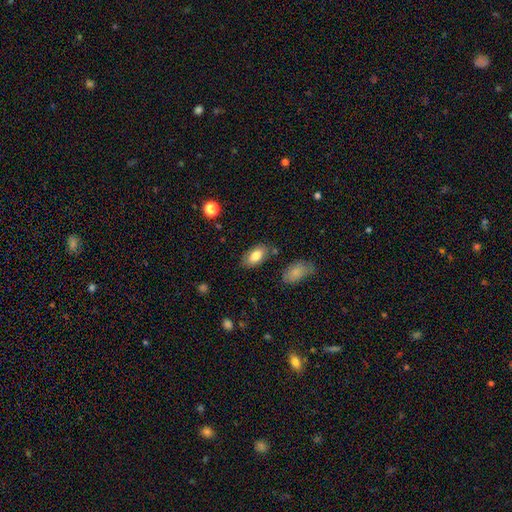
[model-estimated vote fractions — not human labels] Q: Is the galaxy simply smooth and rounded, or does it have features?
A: smooth — 81%.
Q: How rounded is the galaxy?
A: in between — 93%.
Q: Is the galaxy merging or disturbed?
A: none — 81%.